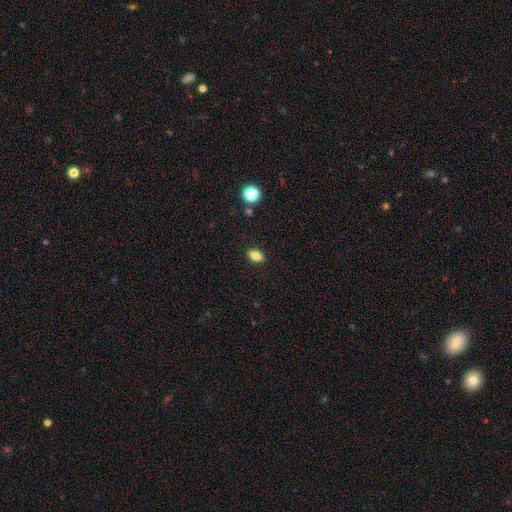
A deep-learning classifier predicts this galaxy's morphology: Q: Smooth or featured?
A: smooth (79%); runner-up: star or artifact (10%)
Q: How rounded?
A: in between (82%); runner-up: round (14%)
Q: Merging?
A: none (88%); runner-up: minor disturbance (9%)